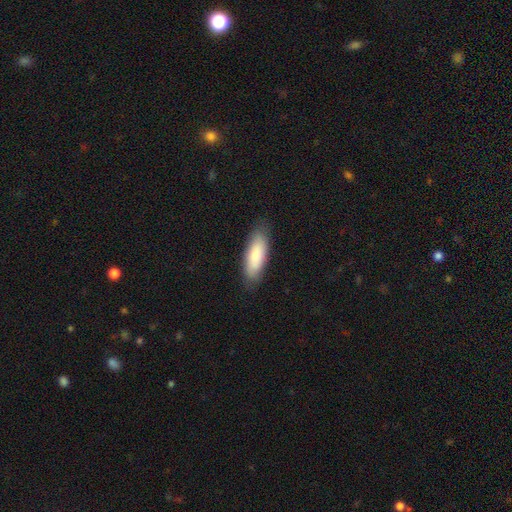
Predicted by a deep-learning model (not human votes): Smooth or featured?
  - smooth: 81% *
  - featured or disk: 14%
  - star or artifact: 5%
How rounded?
  - in between: 68% *
  - cigar-shaped: 31%
  - round: 2%
Merging?
  - none: 81% *
  - minor disturbance: 15%
  - major disturbance: 3%
  - merger: 1%